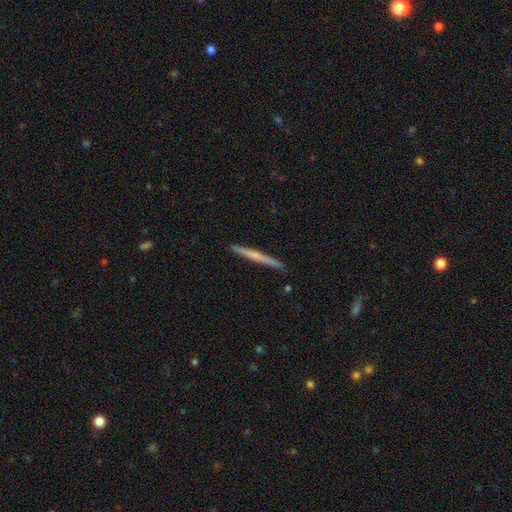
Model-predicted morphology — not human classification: The model was most divided on "smooth or featured": smooth: 48%, featured or disk: 46%, star or artifact: 6%. More confident: merging — none (91%).